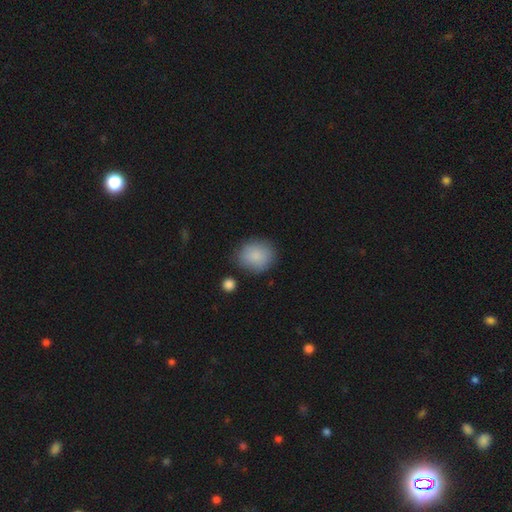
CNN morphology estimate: Smooth or featured?
  - smooth: 86% *
  - star or artifact: 7%
  - featured or disk: 7%
How rounded?
  - round: 75% *
  - in between: 24%
  - cigar-shaped: 1%
Merging?
  - none: 77% *
  - minor disturbance: 15%
  - major disturbance: 4%
  - merger: 4%